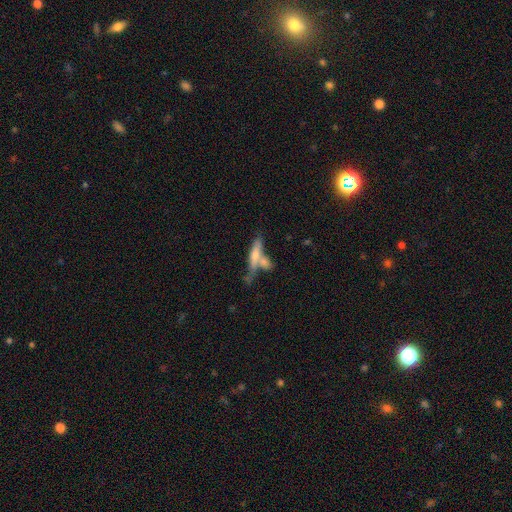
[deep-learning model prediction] This appears to be a smooth galaxy with no disk features (55%) that is cigar-shaped (78%). Merging: none (43%).